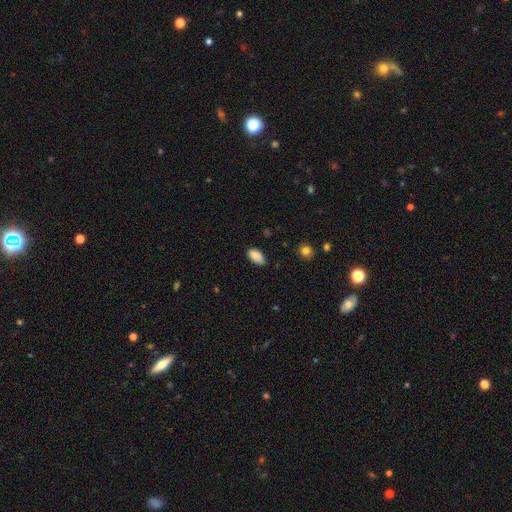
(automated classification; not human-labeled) Morphology: type=smooth (86%); roundness=in between (93%); merging=none (71%).